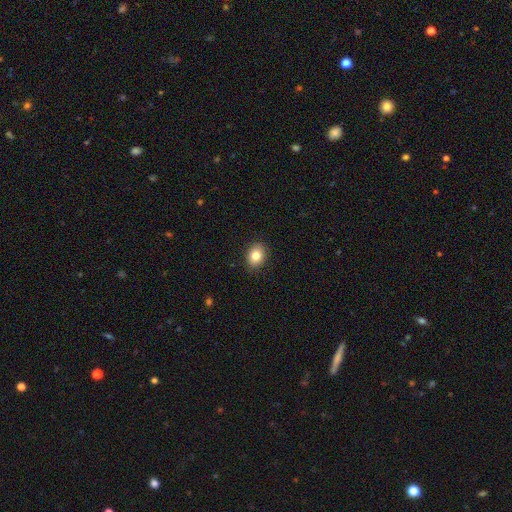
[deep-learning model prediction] Overall: smooth (83%). How rounded: in between (59%; round 40%). Merging: none (89%).